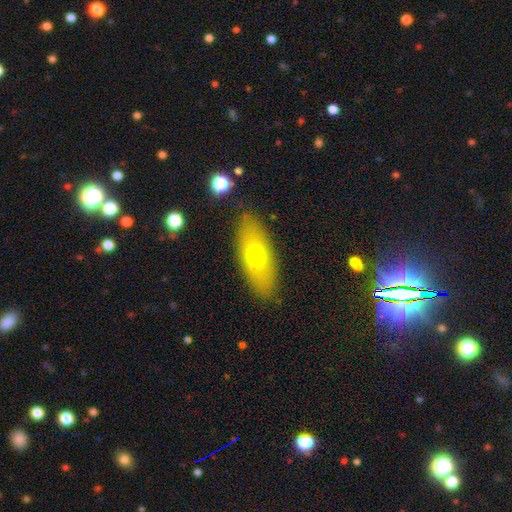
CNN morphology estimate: This appears to be a smooth galaxy with no disk features (65%) that is in between round and cigar-shaped (77%). Merging: none (84%).